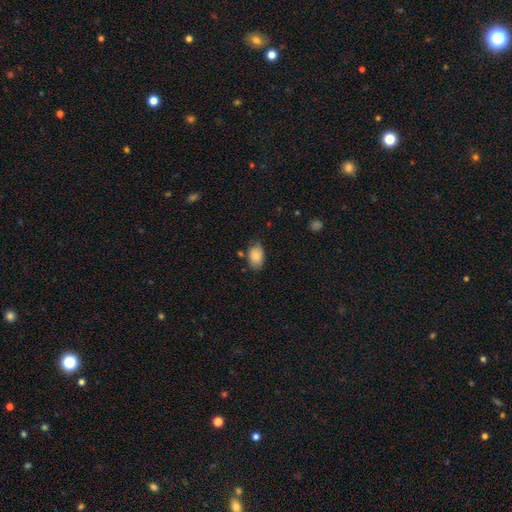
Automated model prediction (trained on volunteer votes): Smooth or featured? Predicted: smooth (p=0.87). How rounded? Predicted: in between (p=0.87). Merging? Predicted: none (p=0.73).